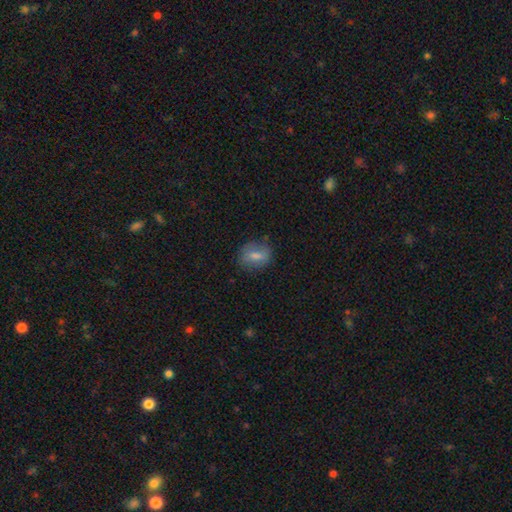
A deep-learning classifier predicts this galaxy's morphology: Q: Smooth or featured?
A: smooth (71%); runner-up: featured or disk (21%)
Q: How rounded?
A: in between (58%); runner-up: round (39%)
Q: Merging?
A: none (74%); runner-up: minor disturbance (18%)